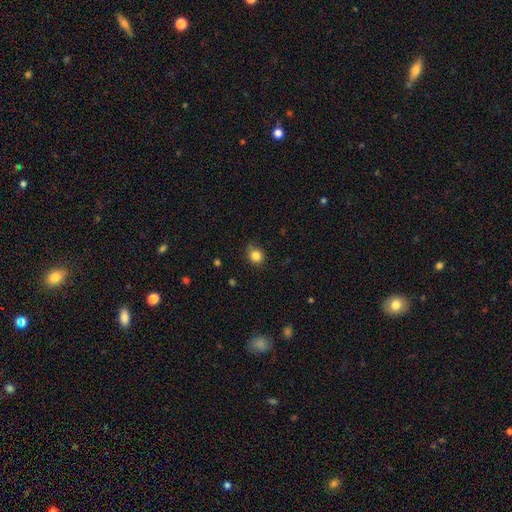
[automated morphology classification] A smooth galaxy with no disk features (84%) that is round (77%).

Vote fractions:
- Smooth or featured? smooth: 84% / star or artifact: 11% / featured or disk: 5%
- How rounded? round: 77% / in between: 22% / cigar-shaped: 1%
- Merging? none: 78% / minor disturbance: 17% / major disturbance: 3% / merger: 2%